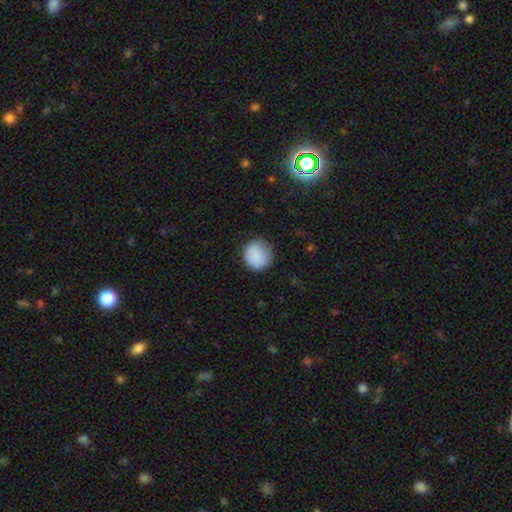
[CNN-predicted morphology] The model was most divided on "merging": none: 83%, minor disturbance: 12%, major disturbance: 3%, merger: 1%. More confident: how rounded — round (89%); smooth or featured — smooth (88%).